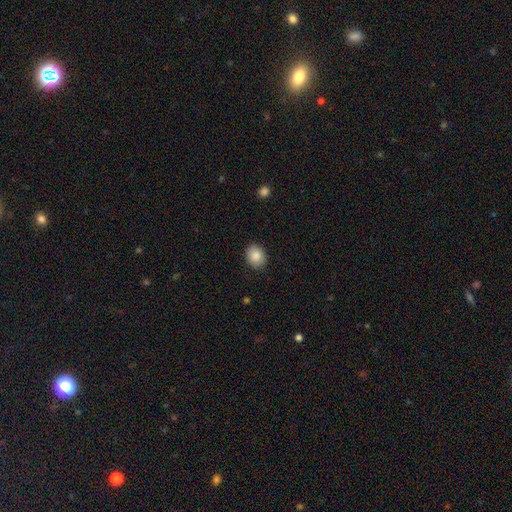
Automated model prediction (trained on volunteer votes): Smooth or featured?
  - smooth: 87% *
  - star or artifact: 8%
  - featured or disk: 5%
How rounded?
  - in between: 54% *
  - round: 46%
  - cigar-shaped: 1%
Merging?
  - none: 88% *
  - minor disturbance: 9%
  - major disturbance: 2%
  - merger: 1%